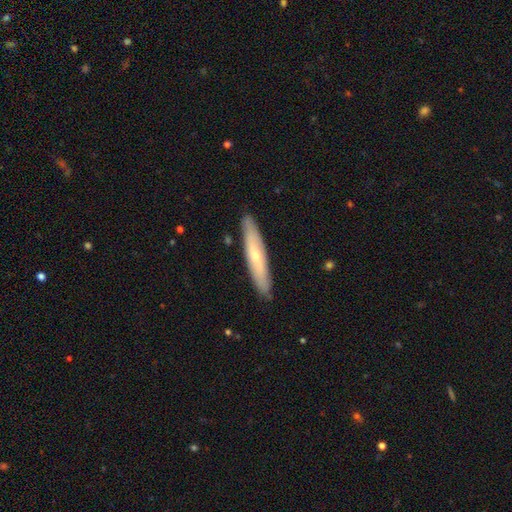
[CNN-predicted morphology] type=smooth (49%); merging=none (88%).